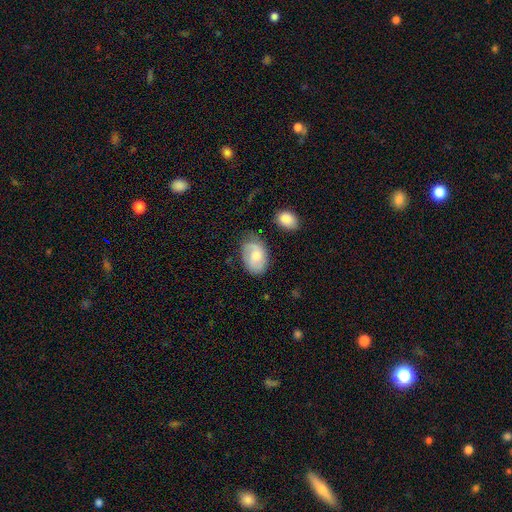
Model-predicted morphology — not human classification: Smooth or featured: smooth — 55% (featured or disk — 38%)
How rounded: in between — 85% (round — 14%)
Merging: none — 63% (minor disturbance — 25%)